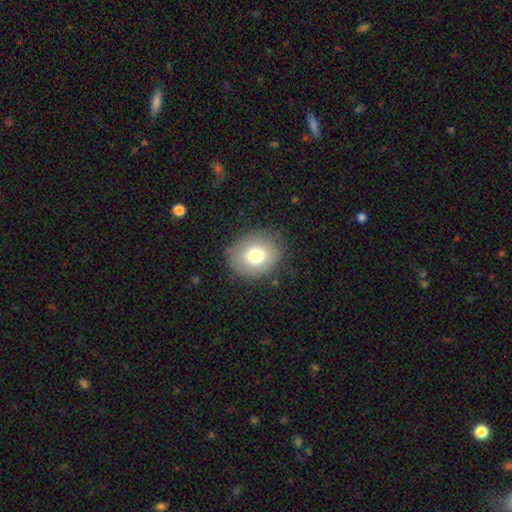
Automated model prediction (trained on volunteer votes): smooth 76%, featured or disk 14%, star or artifact 10%. Down the decision tree: how rounded — round (63%); merging — none (82%).